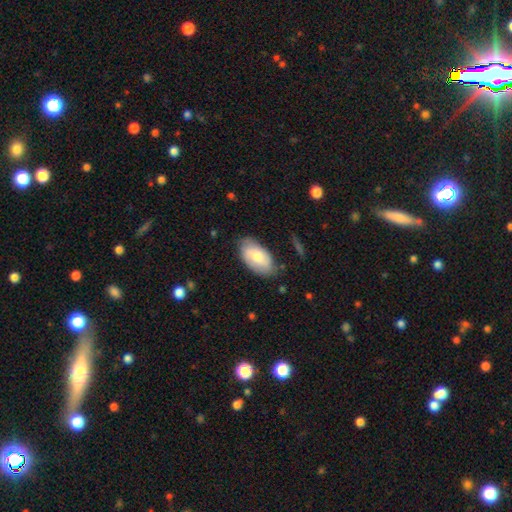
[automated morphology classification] Smooth or featured? Predicted: smooth (p=0.72). How rounded? Predicted: in between (p=0.95). Merging? Predicted: none (p=0.75).